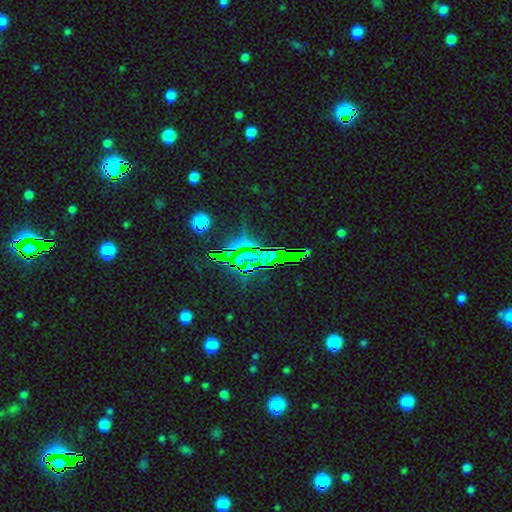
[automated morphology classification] This is clearly a star or artifact rather than a galaxy (81%).